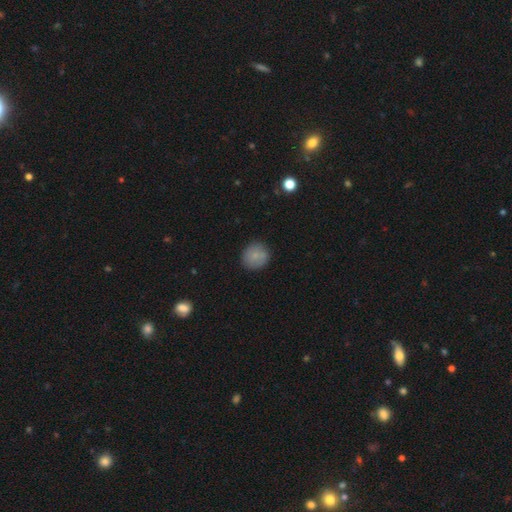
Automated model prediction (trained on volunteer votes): Overall: smooth (80%). How rounded: round (84%). Merging: none (83%).